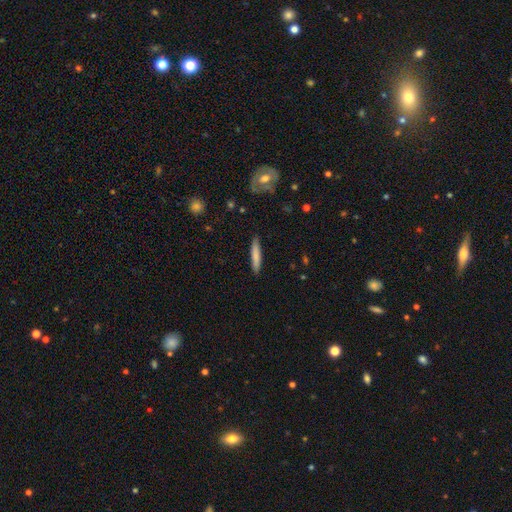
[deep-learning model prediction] Smooth or featured: smooth — 77% (featured or disk — 17%)
How rounded: cigar-shaped — 91% (in between — 8%)
Merging: none — 89% (minor disturbance — 8%)